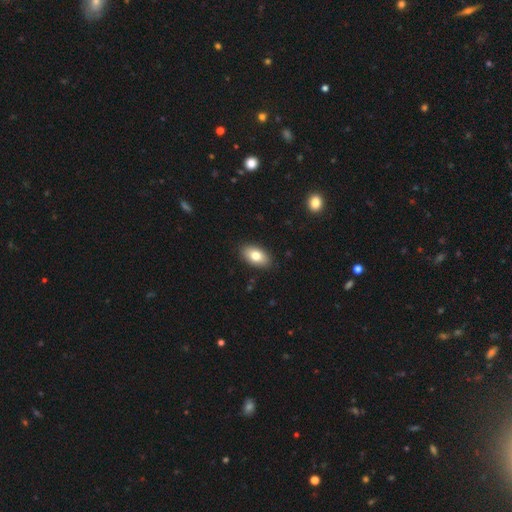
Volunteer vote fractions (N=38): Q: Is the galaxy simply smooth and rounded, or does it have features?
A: smooth — 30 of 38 (79%).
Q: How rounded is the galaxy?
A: in between — 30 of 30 (100%).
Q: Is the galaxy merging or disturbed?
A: none — 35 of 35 (100%).